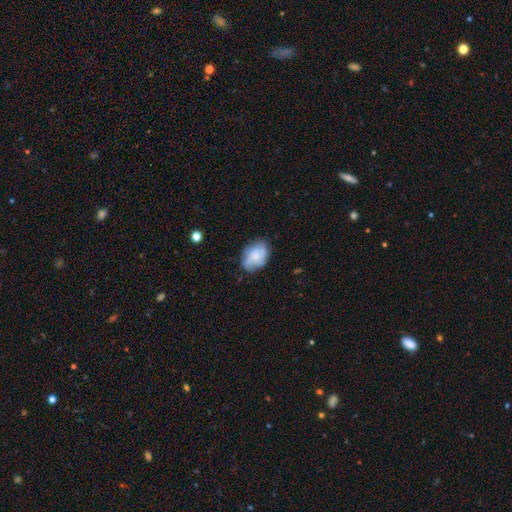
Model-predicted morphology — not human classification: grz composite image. It shows a smooth galaxy with no disk features (51%) that is in between round and cigar-shaped (78%). Merging: none (70%).